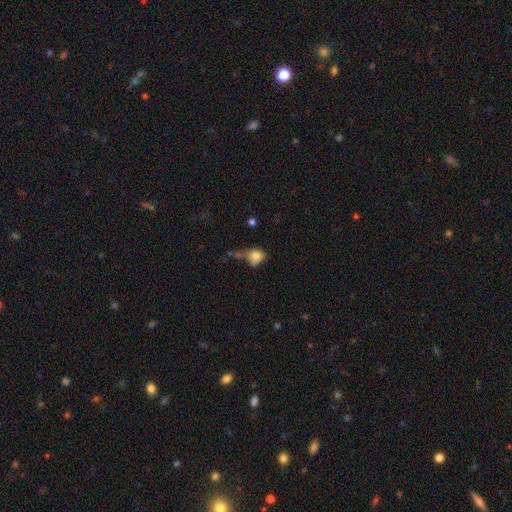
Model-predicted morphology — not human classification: This is likely a smooth galaxy (76%). How rounded: possibly round (55%). Merging: marginally none (37%).